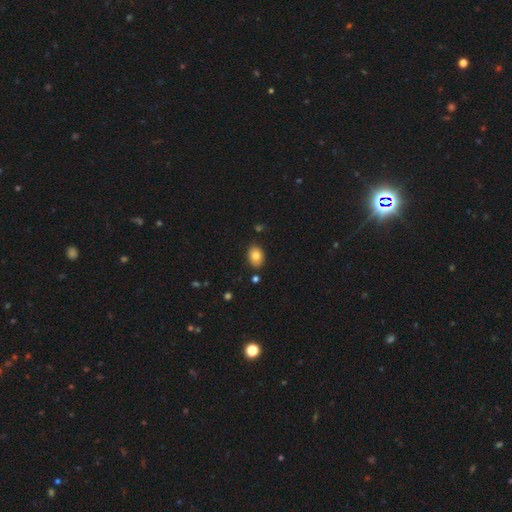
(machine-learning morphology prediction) This appears to be a smooth galaxy with no disk features (82%) that is in between round and cigar-shaped (81%). Merging: none (84%).